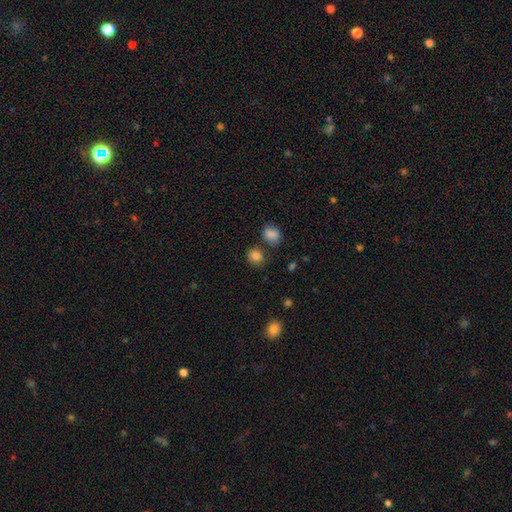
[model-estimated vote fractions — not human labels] smooth_or_featured: smooth (p=0.84) [alt: star or artifact p=0.11]
how_rounded: round (p=0.73) [alt: in between p=0.26]
merging: none (p=0.71) [alt: minor disturbance p=0.13]